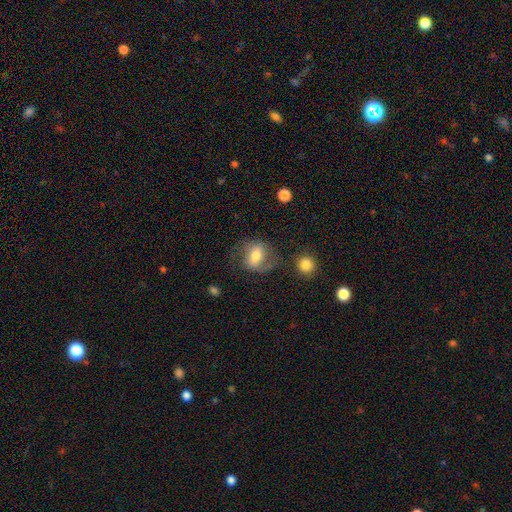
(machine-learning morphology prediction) Q: Smooth or featured?
A: smooth (51%); runner-up: featured or disk (41%)
Q: How rounded?
A: round (50%); runner-up: in between (48%)
Q: Merging?
A: none (58%); runner-up: minor disturbance (21%)